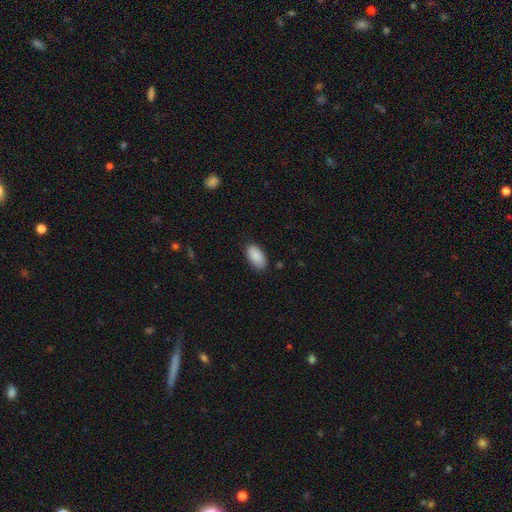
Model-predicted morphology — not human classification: This appears to be a smooth galaxy with no disk features (90%) that is in between round and cigar-shaped (94%). Merging: none (85%).